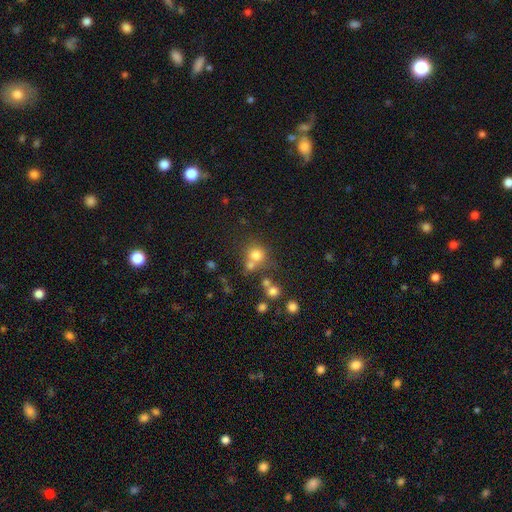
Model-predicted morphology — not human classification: smooth-or-featured: smooth: 73% | star or artifact: 16% | featured or disk: 11%
  how-rounded: round: 85% | in between: 14% | cigar-shaped: 1%
  merging: none: 53% | merger: 31% | minor disturbance: 10% | major disturbance: 5%